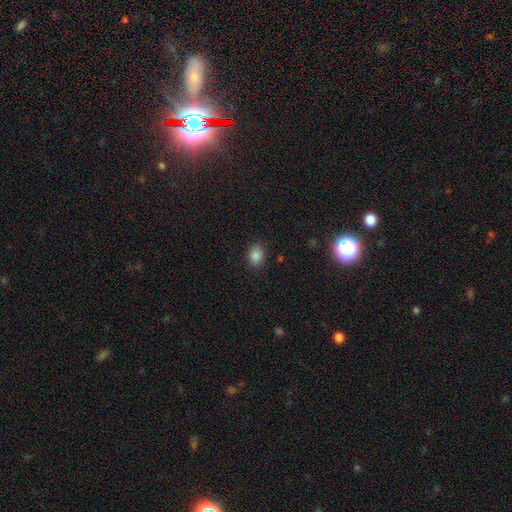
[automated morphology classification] The model was most divided on "how rounded": in between: 64%, round: 35%, cigar-shaped: 1%. More confident: merging — none (86%); smooth or featured — smooth (86%).